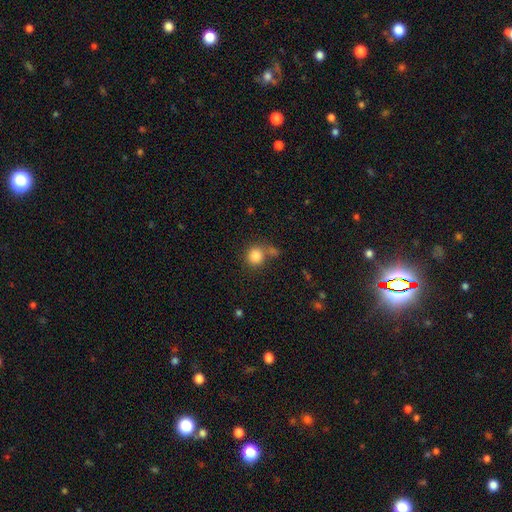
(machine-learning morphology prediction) A smooth galaxy with no disk features (85%) that is round (88%). Merging: none (63%).